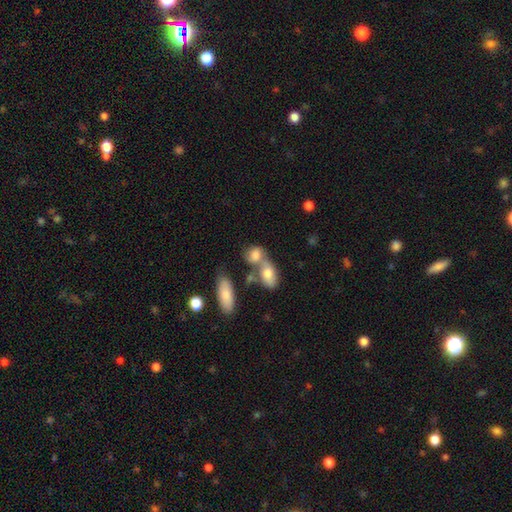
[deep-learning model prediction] Q: Smooth or featured?
A: smooth (72%); runner-up: featured or disk (18%)
Q: How rounded?
A: in between (67%); runner-up: round (28%)
Q: Merging?
A: merger (55%); runner-up: none (27%)